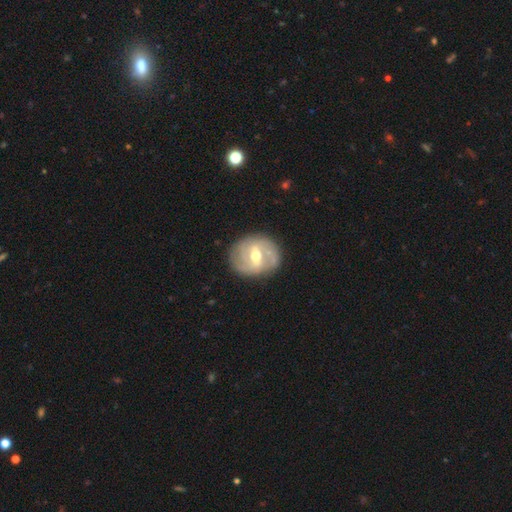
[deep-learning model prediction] Smooth or featured: featured or disk — 76% (smooth — 18%)
Edge-on disk: no — 96% (yes — 4%)
Bar: weak — 50% (strong — 35%)
Spiral arms: yes — 82% (no — 18%)
Spiral winding: medium — 41% (tight — 37%)
Spiral arm count: 2 — 59% (can't tell — 20%)
Bulge size: moderate — 72% (small — 20%)
Merging: none — 80% (minor disturbance — 14%)